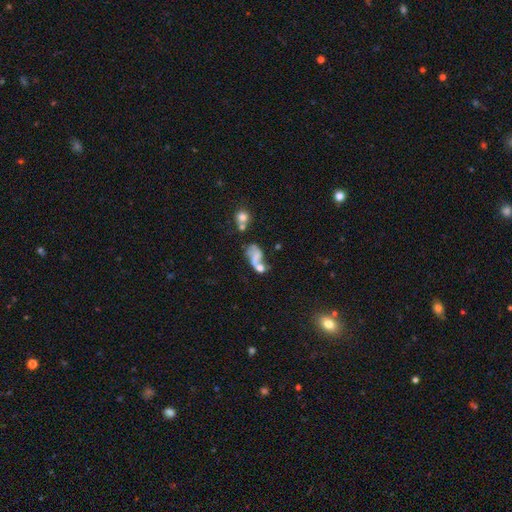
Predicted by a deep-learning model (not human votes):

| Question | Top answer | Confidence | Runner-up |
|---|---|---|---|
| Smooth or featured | featured or disk | 47% | smooth (39%) |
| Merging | merger | 40% | major disturbance (29%) |